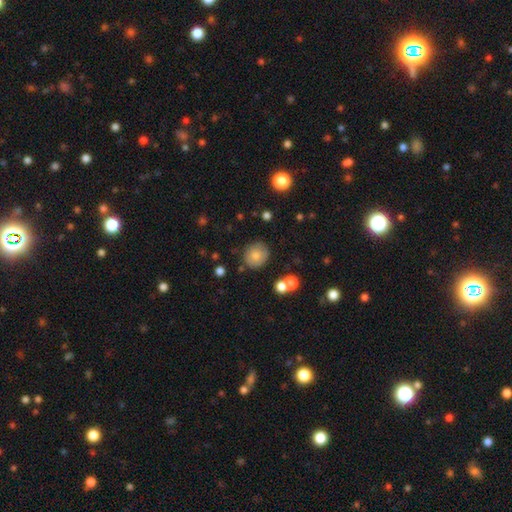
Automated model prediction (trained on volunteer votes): Morphology: type=smooth (77%); roundness=round (85%); merging=none (79%).